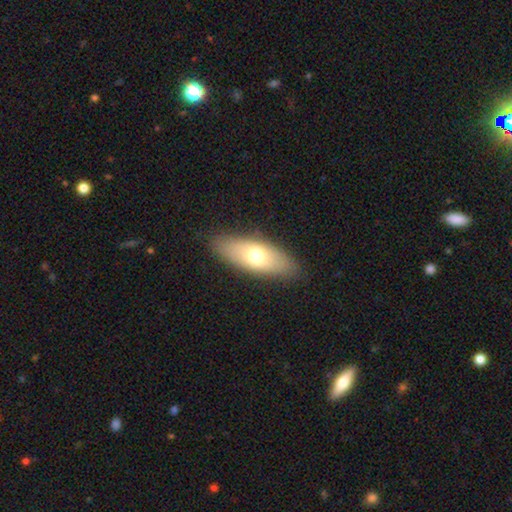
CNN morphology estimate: type=smooth (67%); roundness=in between (73%); merging=none (87%).